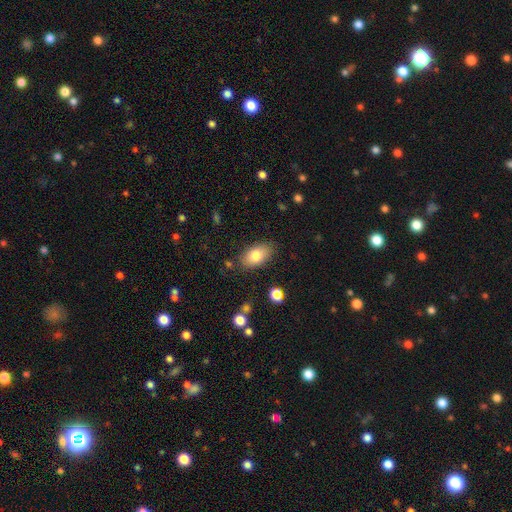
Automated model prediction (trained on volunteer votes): smooth 80%, featured or disk 13%, star or artifact 8%. Down the decision tree: how rounded — in between (91%); merging — none (82%).